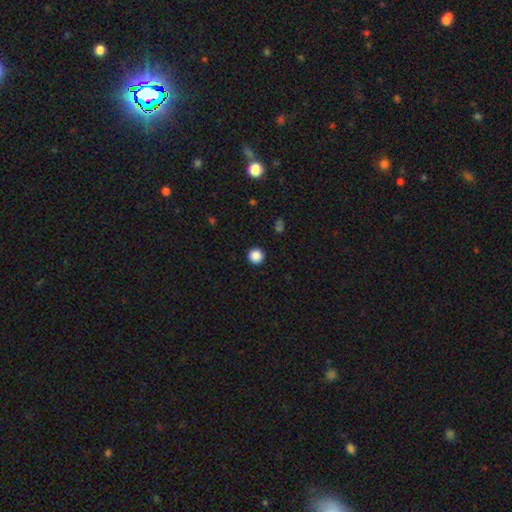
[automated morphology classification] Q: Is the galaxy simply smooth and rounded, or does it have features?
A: smooth — 87%.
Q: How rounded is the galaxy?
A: round — 96%.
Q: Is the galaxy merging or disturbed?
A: none — 93%.